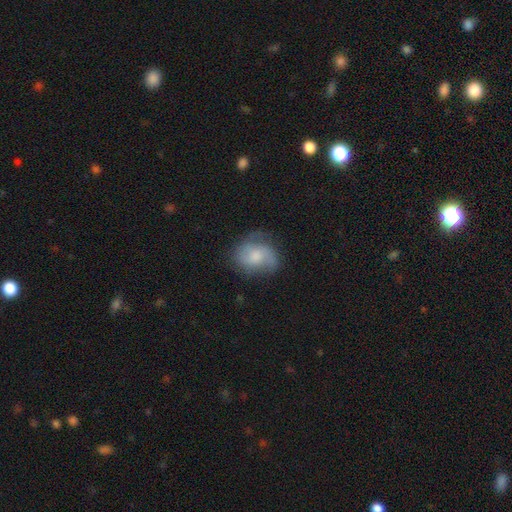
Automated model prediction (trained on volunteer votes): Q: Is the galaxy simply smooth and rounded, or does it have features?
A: featured or disk — 53%.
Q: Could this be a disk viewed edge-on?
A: no — 97%.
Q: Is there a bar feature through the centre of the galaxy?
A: no — 65%.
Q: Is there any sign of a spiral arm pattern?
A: yes — 87%.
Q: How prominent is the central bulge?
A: moderate — 43%.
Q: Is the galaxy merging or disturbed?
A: none — 61%.